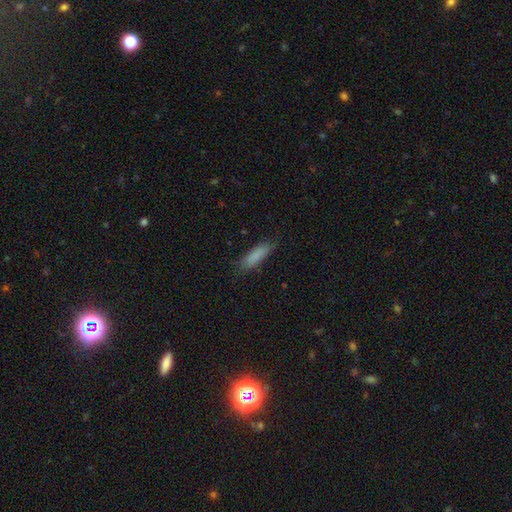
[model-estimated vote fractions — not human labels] Smooth or featured: smooth — 85% (featured or disk — 8%)
How rounded: cigar-shaped — 61% (in between — 37%)
Merging: none — 80% (minor disturbance — 15%)